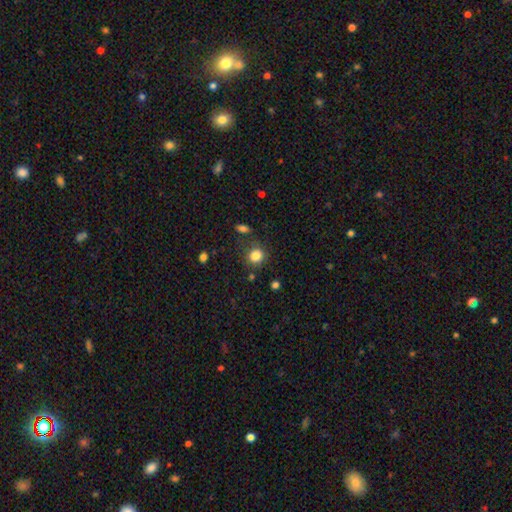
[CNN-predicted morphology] type=smooth (84%); roundness=round (79%); merging=none (77%).